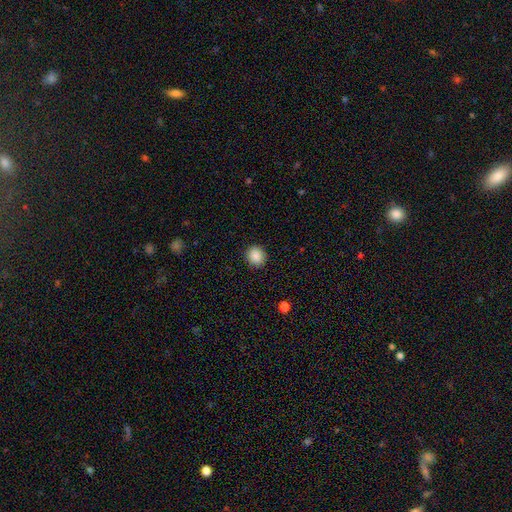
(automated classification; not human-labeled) A smooth galaxy with no disk features (88%) that is round (87%). Merging: none (90%).